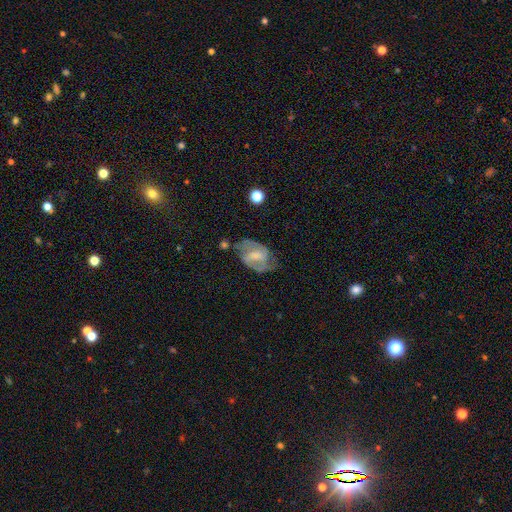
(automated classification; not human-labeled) Q: Smooth or featured?
A: featured or disk (76%); runner-up: smooth (17%)
Q: Edge-on disk?
A: no (97%); runner-up: yes (3%)
Q: Bar?
A: weak (52%); runner-up: no (27%)
Q: Spiral arms?
A: yes (90%); runner-up: no (10%)
Q: Spiral winding?
A: medium (52%); runner-up: tight (27%)
Q: Spiral arm count?
A: 2 (82%); runner-up: can't tell (10%)
Q: Bulge size?
A: moderate (36%); runner-up: small (27%)
Q: Merging?
A: none (58%); runner-up: minor disturbance (24%)